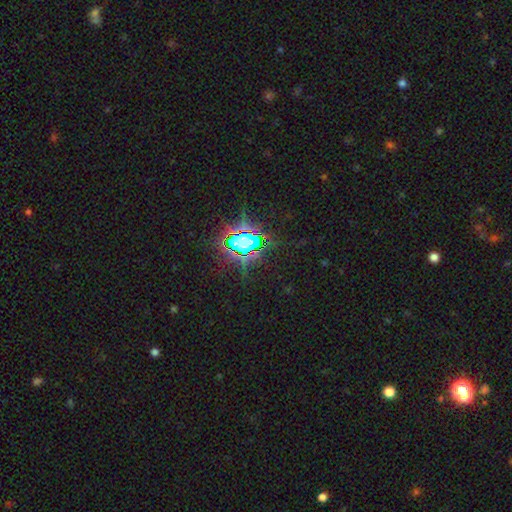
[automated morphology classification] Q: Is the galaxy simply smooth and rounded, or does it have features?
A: star or artifact — 81%.